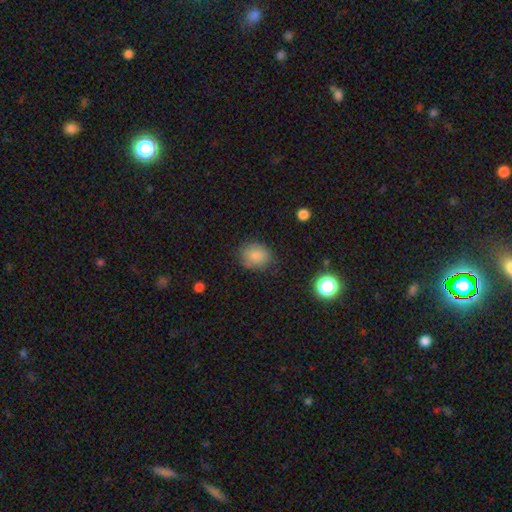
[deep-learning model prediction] Smooth or featured? Predicted: smooth (p=0.84). How rounded? Predicted: round (p=0.59). Merging? Predicted: none (p=0.77).